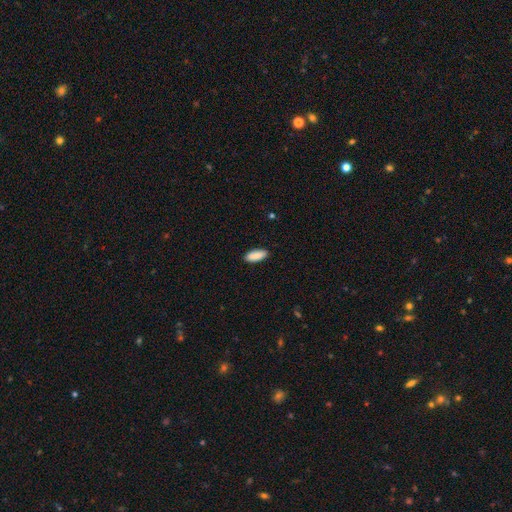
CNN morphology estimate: Smooth or featured? smooth (91%)
How rounded? in between (81%)
Merging? none (89%)